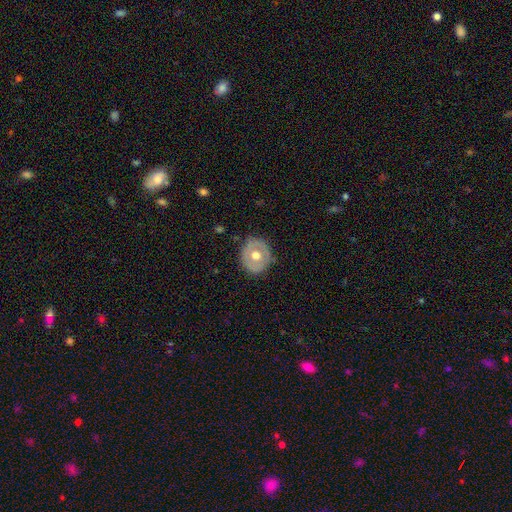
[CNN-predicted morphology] type=smooth (47%); merging=none (80%).